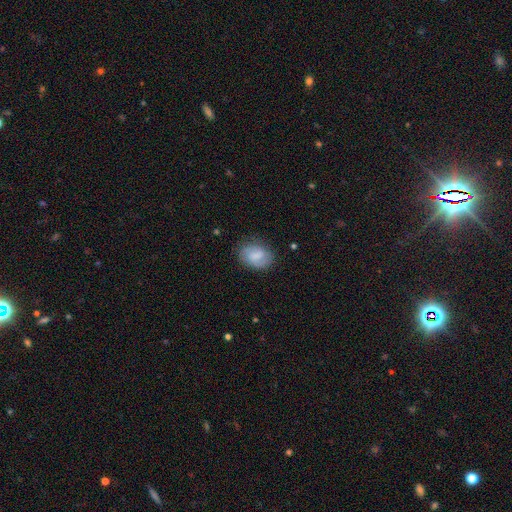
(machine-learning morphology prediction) Smooth or featured: smooth — 65% (featured or disk — 27%)
How rounded: in between — 77% (round — 22%)
Merging: none — 74% (minor disturbance — 19%)